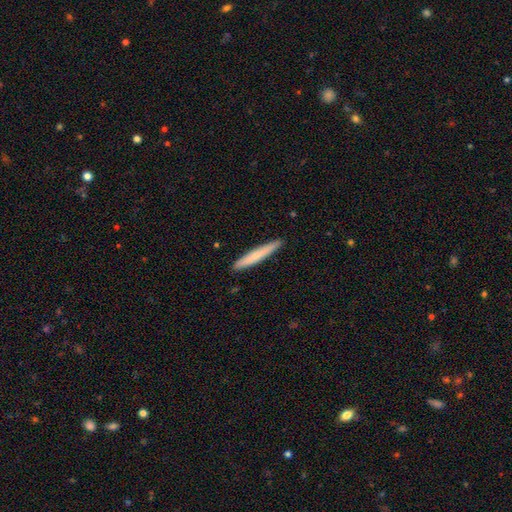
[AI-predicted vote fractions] This appears to be a smooth galaxy with no disk features (67%) that is cigar-shaped (96%). Merging: none (91%).